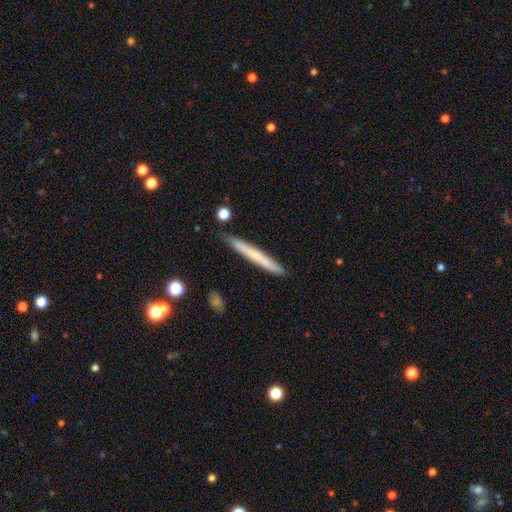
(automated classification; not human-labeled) The model was most divided on "smooth or featured": smooth: 59%, featured or disk: 34%, star or artifact: 6%. More confident: how rounded — cigar-shaped (97%); merging — none (89%).